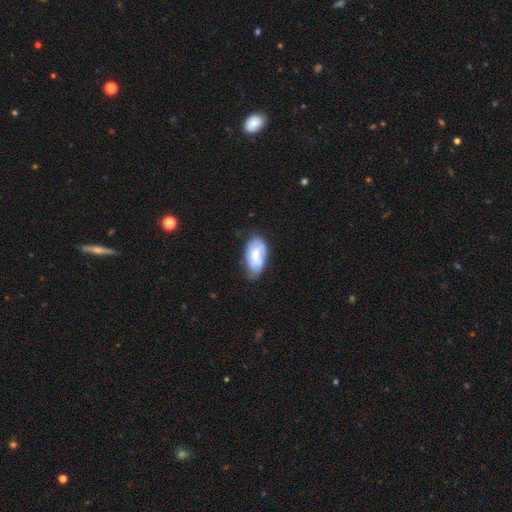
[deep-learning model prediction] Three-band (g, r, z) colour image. It shows a smooth galaxy with no disk features (57%) that is in between round and cigar-shaped (93%). Merging: none (56%).